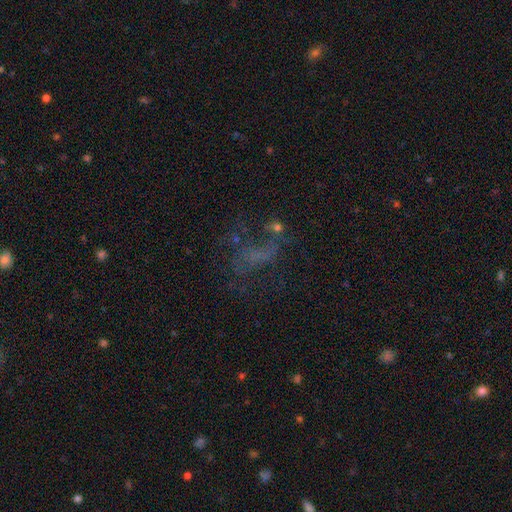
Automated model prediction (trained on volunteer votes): A featured or disk galaxy (42%). Merging: none (40%).